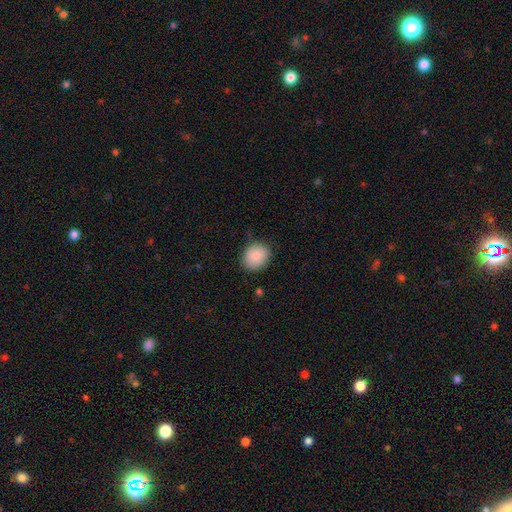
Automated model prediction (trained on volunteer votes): Smooth or featured? smooth (85%)
How rounded? round (61%)
Merging? none (82%)